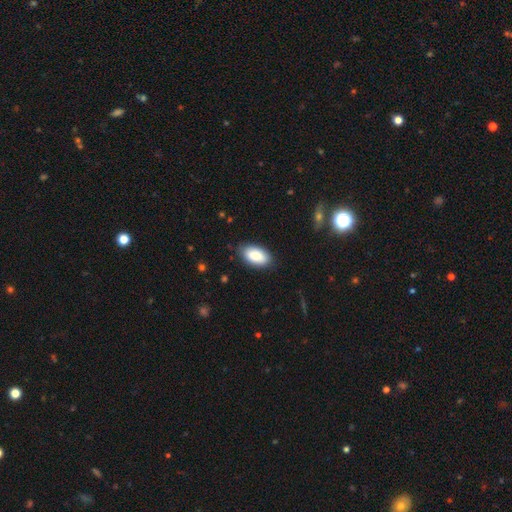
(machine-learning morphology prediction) A smooth galaxy with no disk features (88%) that is in between round and cigar-shaped (95%).

Vote fractions:
- Smooth or featured? smooth: 88% / star or artifact: 6% / featured or disk: 6%
- How rounded? in between: 95% / round: 3% / cigar-shaped: 2%
- Merging? none: 83% / minor disturbance: 13% / major disturbance: 3% / merger: 1%